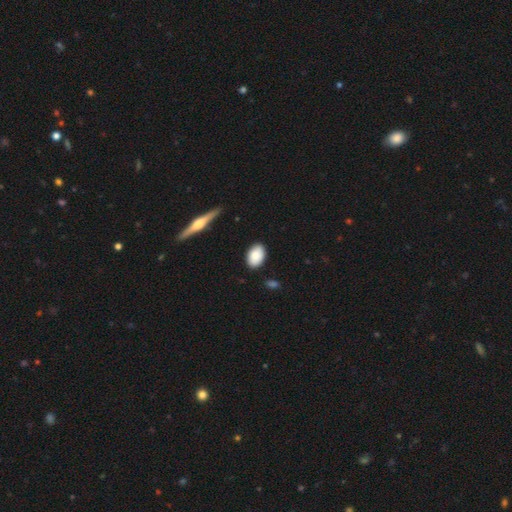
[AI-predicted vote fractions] Smooth or featured? smooth (86%)
How rounded? in between (88%)
Merging? none (86%)